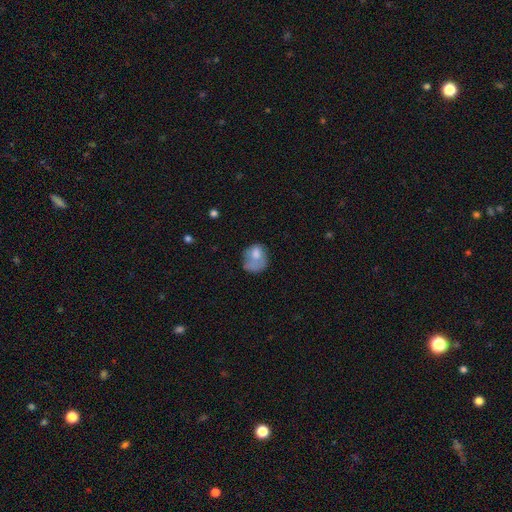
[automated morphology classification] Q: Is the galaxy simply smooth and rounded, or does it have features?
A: smooth — 69%.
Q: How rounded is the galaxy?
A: round — 55%.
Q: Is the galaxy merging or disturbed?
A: none — 32%.